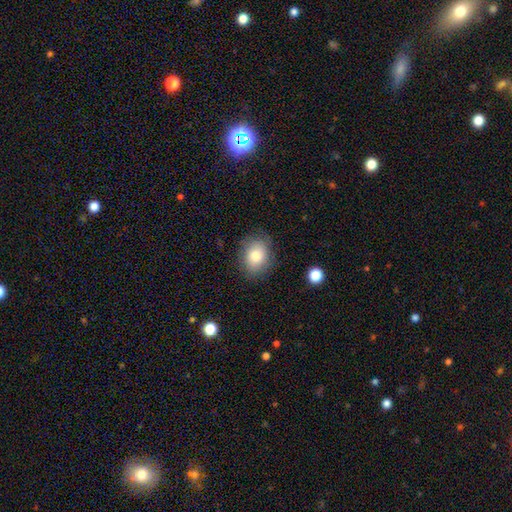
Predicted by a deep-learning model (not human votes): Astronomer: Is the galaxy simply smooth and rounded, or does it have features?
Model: smooth — 79%.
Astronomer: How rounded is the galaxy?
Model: in between — 55% (runner-up: round, 44%).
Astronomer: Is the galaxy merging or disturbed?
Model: none — 81%.